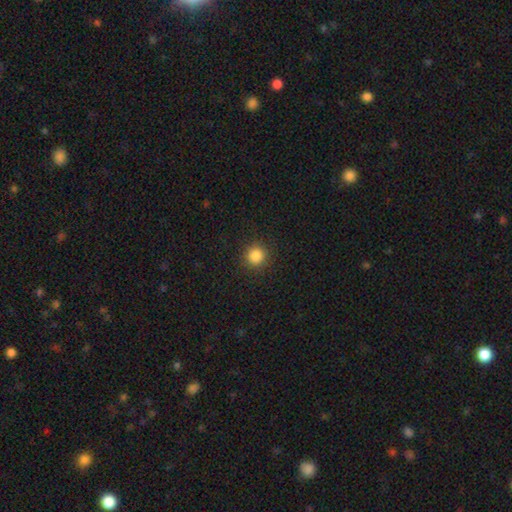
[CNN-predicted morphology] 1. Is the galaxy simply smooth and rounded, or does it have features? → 85% smooth, 11% star or artifact, 3% featured or disk.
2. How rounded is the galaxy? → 93% round, 6% in between, 1% cigar-shaped.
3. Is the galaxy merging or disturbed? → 90% none, 6% minor disturbance, 2% major disturbance, 1% merger.